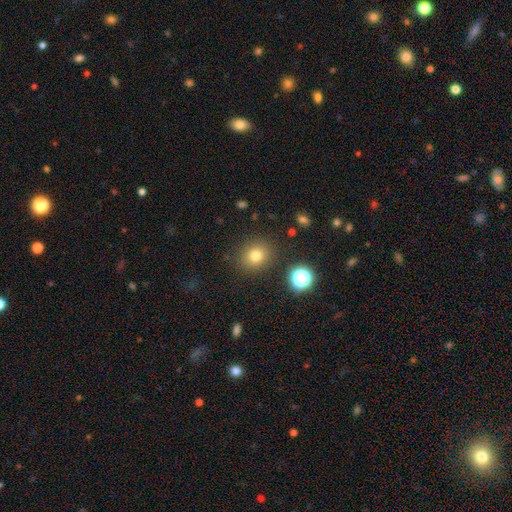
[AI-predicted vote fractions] Smooth or featured? smooth (76%)
How rounded? round (76%)
Merging? none (87%)